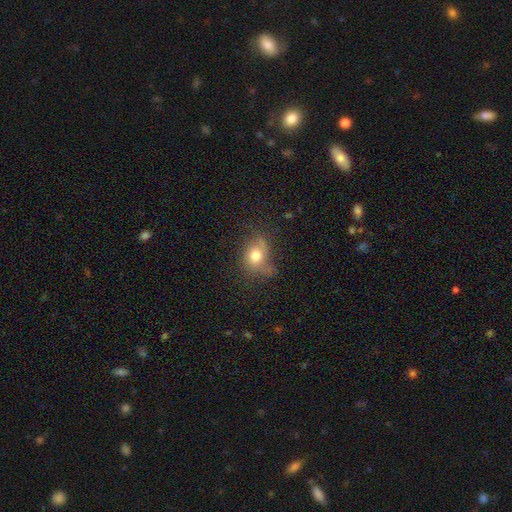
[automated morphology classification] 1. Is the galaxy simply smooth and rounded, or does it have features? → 72% smooth, 16% featured or disk, 12% star or artifact.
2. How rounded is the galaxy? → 54% in between, 45% round, 2% cigar-shaped.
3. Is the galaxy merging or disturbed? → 45% none, 32% minor disturbance, 19% major disturbance, 4% merger.